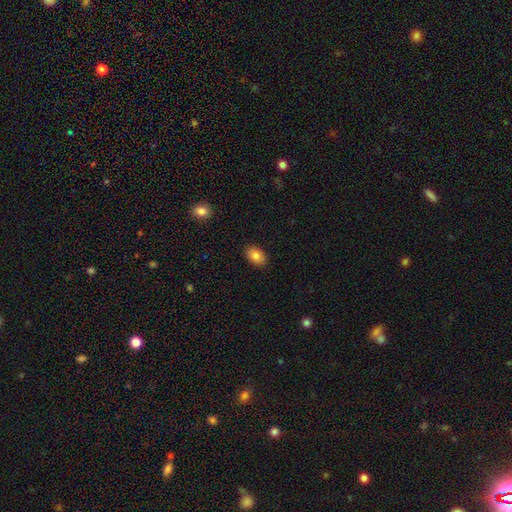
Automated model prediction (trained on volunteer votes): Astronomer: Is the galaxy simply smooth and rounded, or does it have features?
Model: smooth — 85%.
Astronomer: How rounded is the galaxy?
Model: in between — 91%.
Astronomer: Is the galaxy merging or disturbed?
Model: none — 89%.